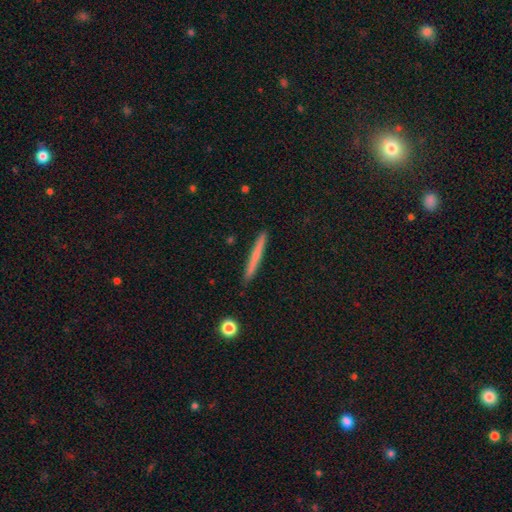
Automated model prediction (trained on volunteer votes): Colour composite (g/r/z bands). It shows a smooth galaxy with no disk features (62%) that is cigar-shaped (96%). Merging: none (91%).